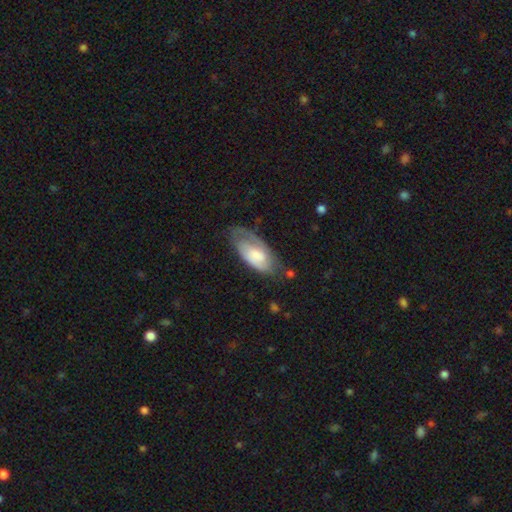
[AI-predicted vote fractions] Overall: featured or disk (54%; smooth 40%). Edge-on disk: no (92%). Merging: none (47%; minor disturbance 30%).